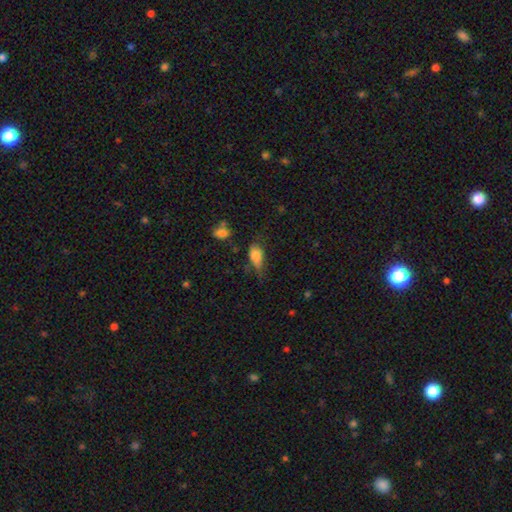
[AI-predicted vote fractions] Morphology: type=smooth (77%); roundness=in between (83%); merging=none (38%, tied with minor disturbance).